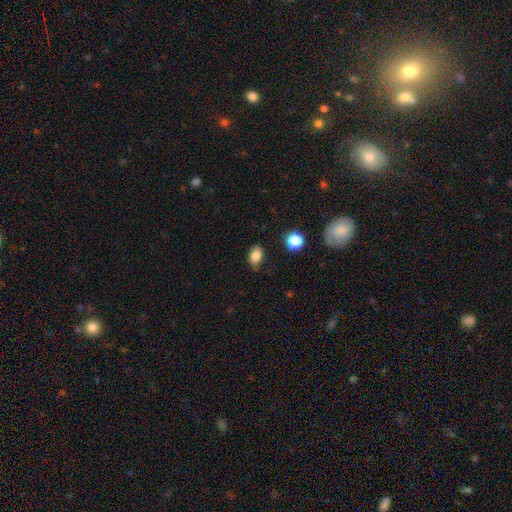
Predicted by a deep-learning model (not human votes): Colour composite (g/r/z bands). It shows a smooth galaxy with no disk features (83%) that is in between round and cigar-shaped (82%). Merging: none (75%).